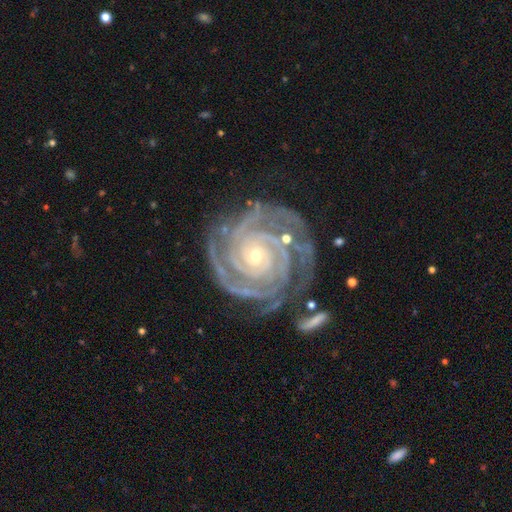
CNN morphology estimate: This appears to be a featured or disk galaxy (93%) with no bar (72%), 3 (29%) tight (86%) spiral arms (99%) and a small central bulge (72%). Merging: none (69%).